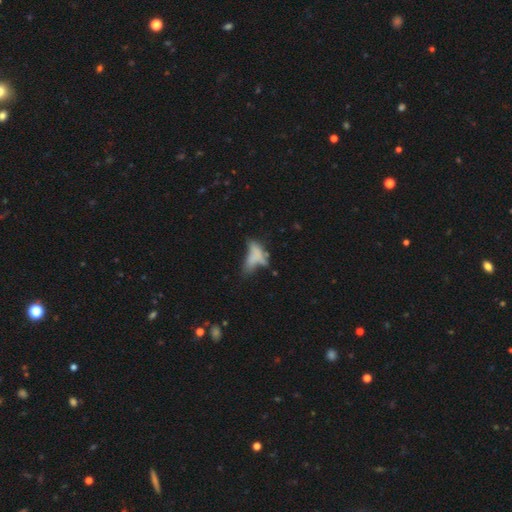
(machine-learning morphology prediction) This is possibly a smooth galaxy (58%). How rounded: likely in between (68%). Merging: marginally major disturbance (32%).